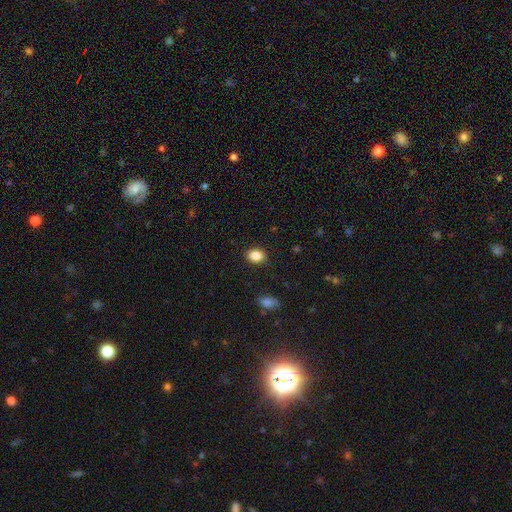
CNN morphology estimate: type=smooth (87%); roundness=in between (75%); merging=none (88%).